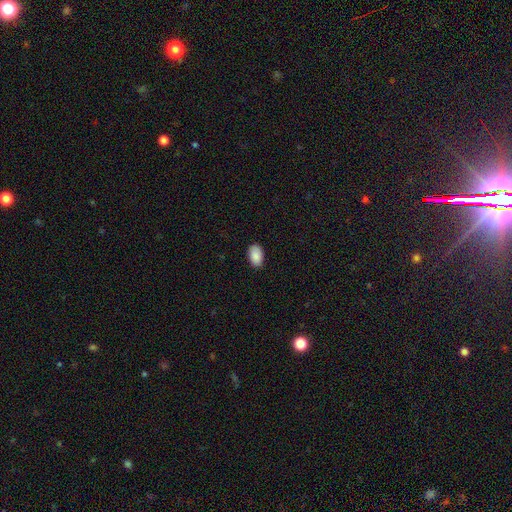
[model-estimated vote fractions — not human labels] smooth-or-featured: smooth: 89% | star or artifact: 7% | featured or disk: 4%
  how-rounded: in between: 93% | round: 6% | cigar-shaped: 1%
  merging: none: 86% | minor disturbance: 11% | major disturbance: 2% | merger: 1%